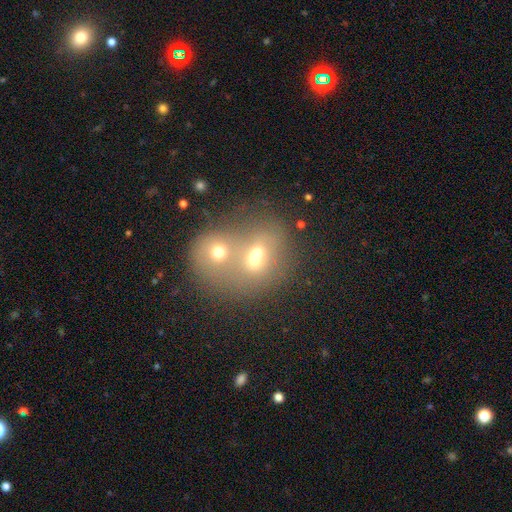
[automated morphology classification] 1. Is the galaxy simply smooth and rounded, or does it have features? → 57% smooth, 29% featured or disk, 14% star or artifact.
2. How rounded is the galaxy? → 56% round, 43% in between, 2% cigar-shaped.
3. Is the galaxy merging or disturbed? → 72% merger, 18% none, 6% minor disturbance, 4% major disturbance.